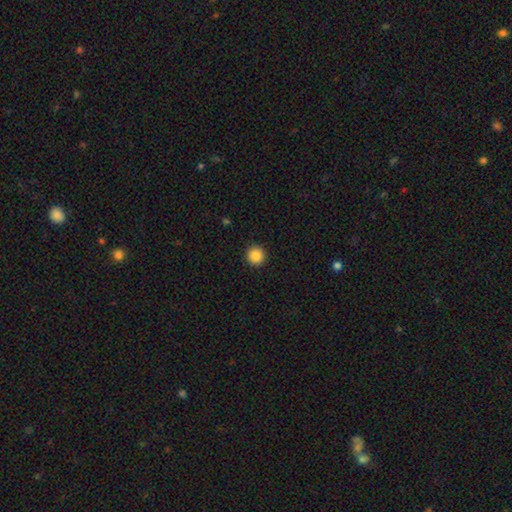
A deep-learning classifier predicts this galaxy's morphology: Smooth or featured: smooth — 87% (star or artifact — 10%)
How rounded: round — 95% (in between — 4%)
Merging: none — 93% (minor disturbance — 5%)